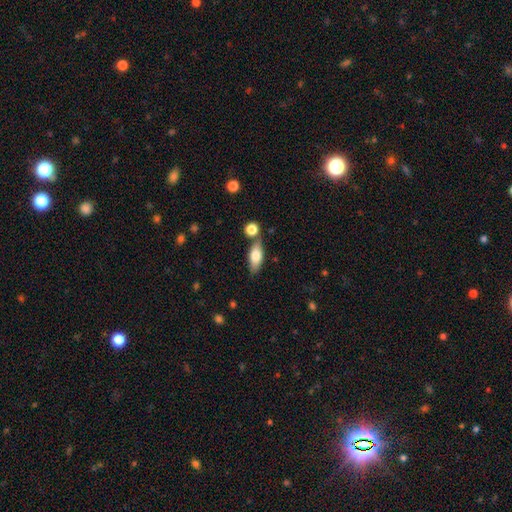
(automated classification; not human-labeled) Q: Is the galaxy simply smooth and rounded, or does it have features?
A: smooth — 72%.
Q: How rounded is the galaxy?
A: in between — 75%.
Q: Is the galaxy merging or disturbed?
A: none — 68%.